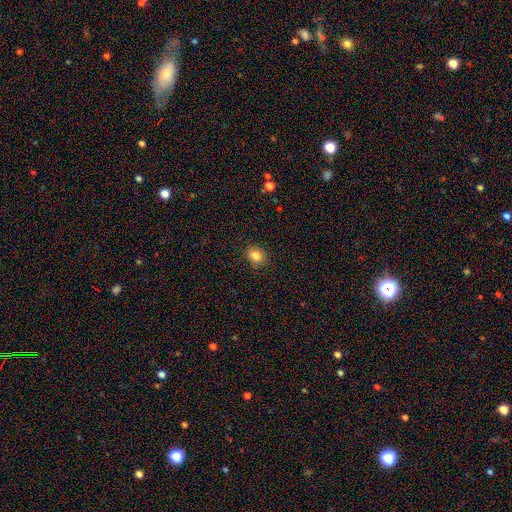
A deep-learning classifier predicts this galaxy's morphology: A smooth galaxy with no disk features (84%) that is round (51%). Merging: none (87%).